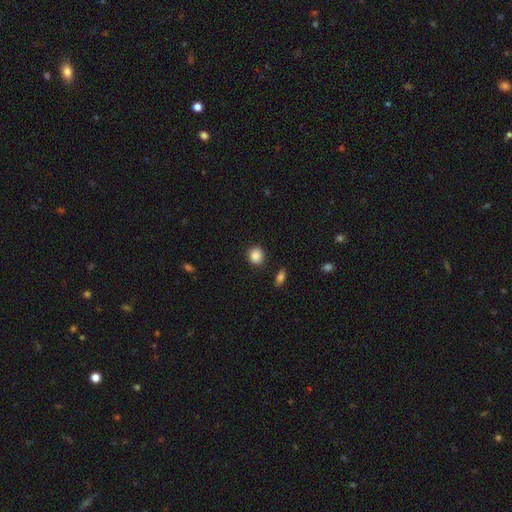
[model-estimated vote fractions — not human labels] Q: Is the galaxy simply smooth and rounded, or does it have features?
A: smooth — 88%.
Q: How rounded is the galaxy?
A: round — 83%.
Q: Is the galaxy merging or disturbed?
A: none — 87%.